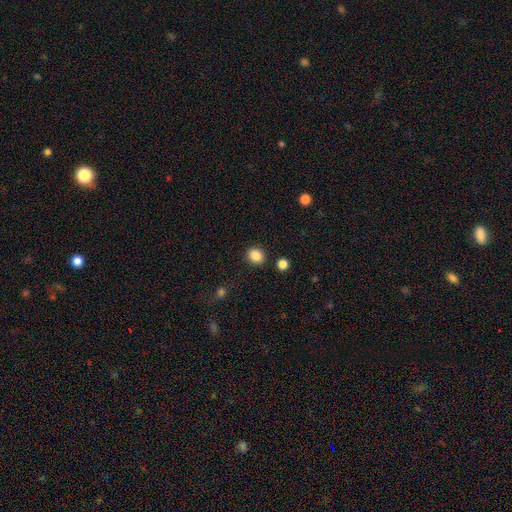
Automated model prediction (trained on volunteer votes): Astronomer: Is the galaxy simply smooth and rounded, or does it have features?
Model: smooth — 86%.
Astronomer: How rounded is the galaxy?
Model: round — 67%.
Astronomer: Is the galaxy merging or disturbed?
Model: none — 88%.